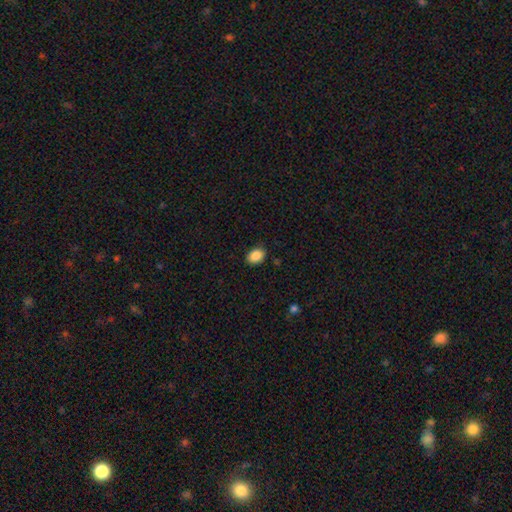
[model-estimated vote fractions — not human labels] A smooth galaxy with no disk features (87%) that is in between round and cigar-shaped (73%). Merging: none (88%).